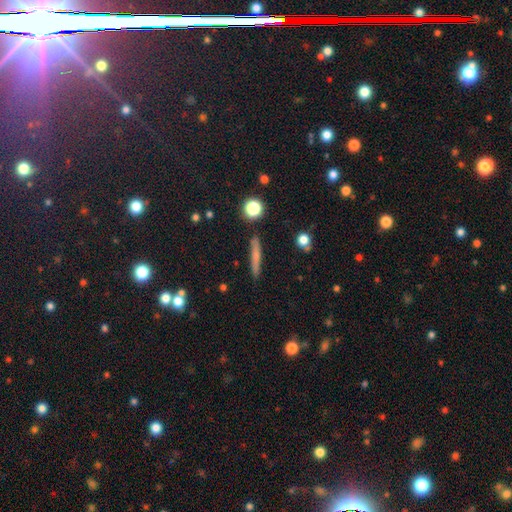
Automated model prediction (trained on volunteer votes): The model was most divided on "smooth or featured": smooth: 63%, featured or disk: 27%, star or artifact: 9%. More confident: how rounded — cigar-shaped (92%); merging — none (88%).